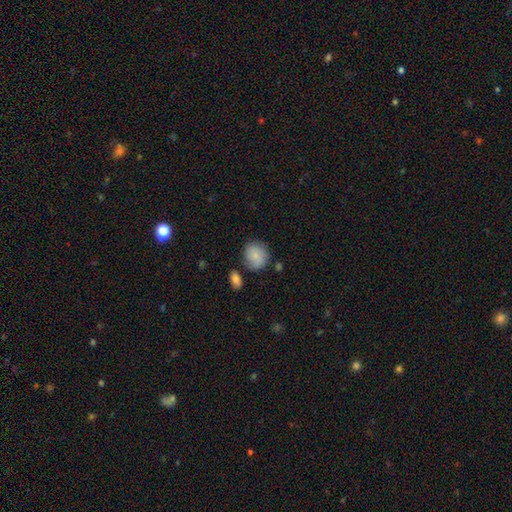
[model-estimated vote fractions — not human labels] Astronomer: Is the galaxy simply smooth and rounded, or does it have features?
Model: smooth — 80%.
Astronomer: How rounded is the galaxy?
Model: round — 75%.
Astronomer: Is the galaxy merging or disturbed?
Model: none — 66%.